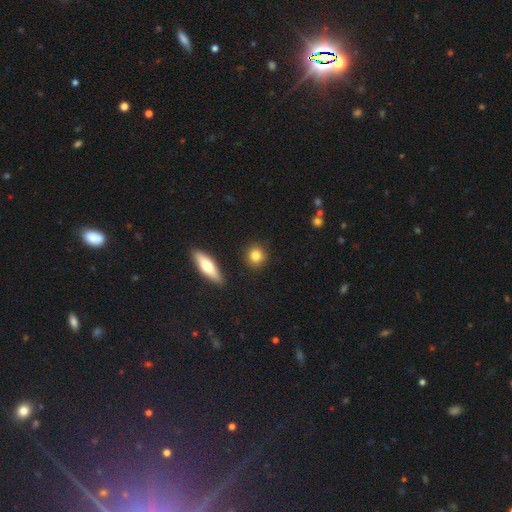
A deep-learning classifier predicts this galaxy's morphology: smooth 82%, featured or disk 9%, star or artifact 9%. Down the decision tree: how rounded — round (84%); merging — none (89%).